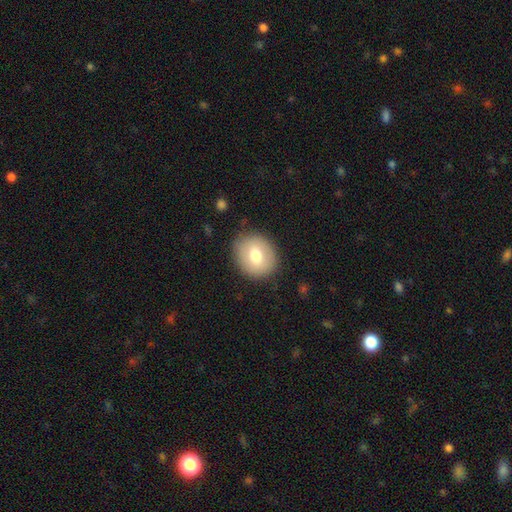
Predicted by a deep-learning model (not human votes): Q: Smooth or featured?
A: smooth (71%); runner-up: featured or disk (21%)
Q: How rounded?
A: round (68%); runner-up: in between (32%)
Q: Merging?
A: none (84%); runner-up: minor disturbance (11%)